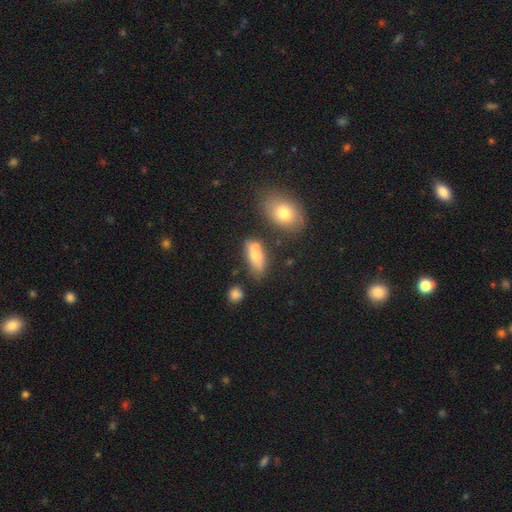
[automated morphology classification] The model was most divided on "merging": none: 44%, merger: 33%, minor disturbance: 16%, major disturbance: 7%. More confident: how rounded — in between (83%); smooth or featured — smooth (67%).